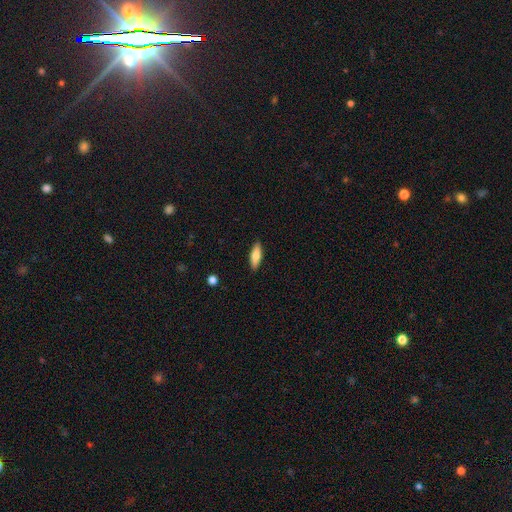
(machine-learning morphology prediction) type=smooth (75%); roundness=in between (50%); merging=none (89%).